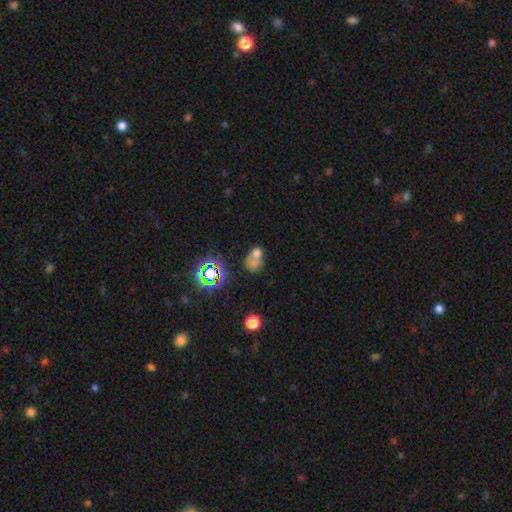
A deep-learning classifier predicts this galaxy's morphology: Smooth or featured: smooth — 57% (star or artifact — 23%)
How rounded: in between — 56% (round — 42%)
Merging: merger — 47% (none — 27%)